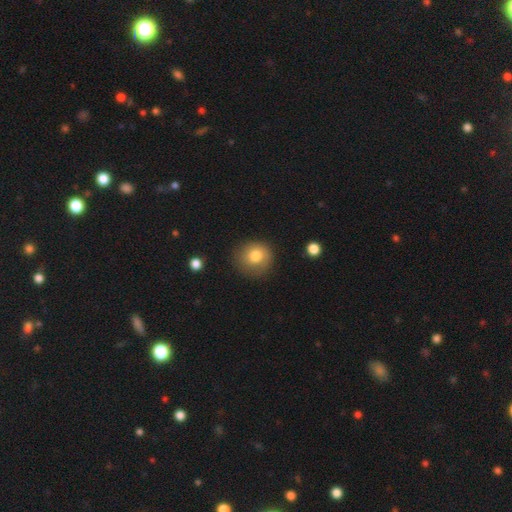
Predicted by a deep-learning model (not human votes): Overall: smooth (77%). How rounded: round (88%). Merging: none (77%).